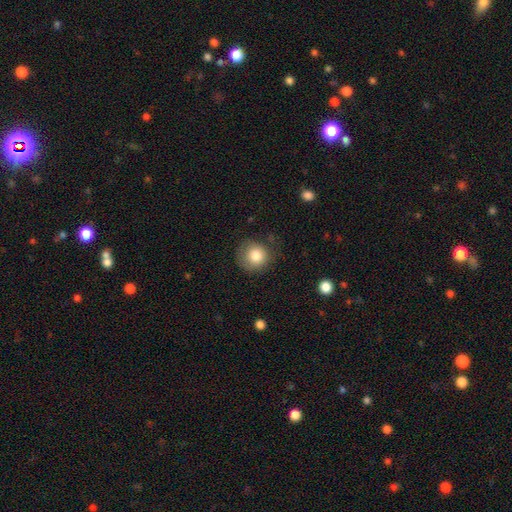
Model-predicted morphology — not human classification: type=smooth (82%); roundness=round (91%); merging=none (73%).